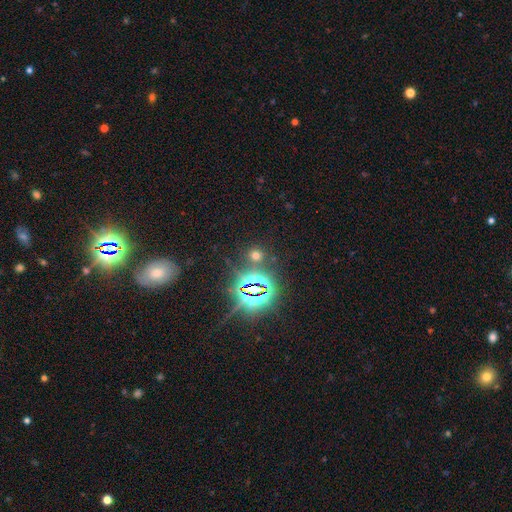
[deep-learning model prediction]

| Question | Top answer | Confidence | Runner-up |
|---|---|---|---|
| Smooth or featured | star or artifact | 47% | smooth (46%) |